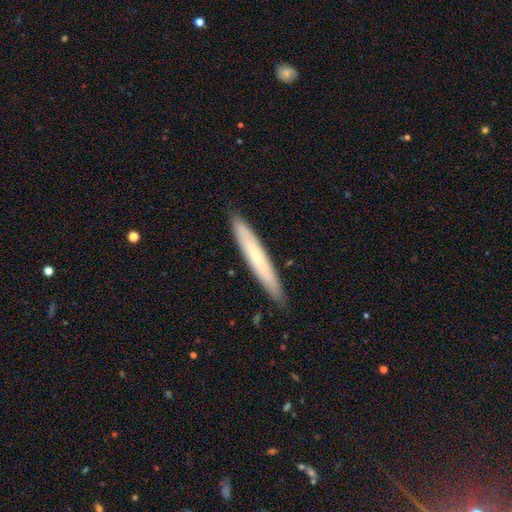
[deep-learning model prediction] The model was most divided on "smooth or featured": smooth: 54%, featured or disk: 40%, star or artifact: 6%. More confident: how rounded — cigar-shaped (94%); merging — none (89%).